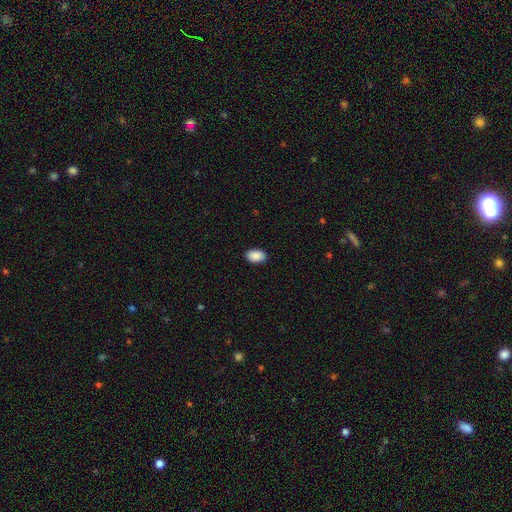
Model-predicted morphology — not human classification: A smooth galaxy with no disk features (90%) that is in between round and cigar-shaped (92%).

Vote fractions:
- Smooth or featured? smooth: 90% / star or artifact: 7% / featured or disk: 3%
- How rounded? in between: 92% / round: 7% / cigar-shaped: 1%
- Merging? none: 90% / minor disturbance: 8% / major disturbance: 2% / merger: 1%